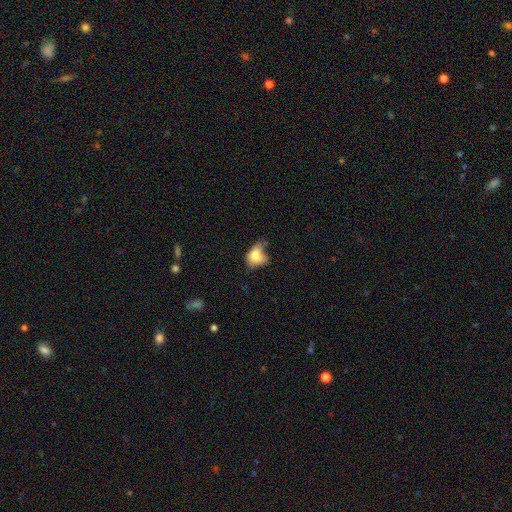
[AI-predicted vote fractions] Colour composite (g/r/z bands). It shows a smooth galaxy with no disk features (72%) that is in between round and cigar-shaped (73%). Merging: minor disturbance (35%).